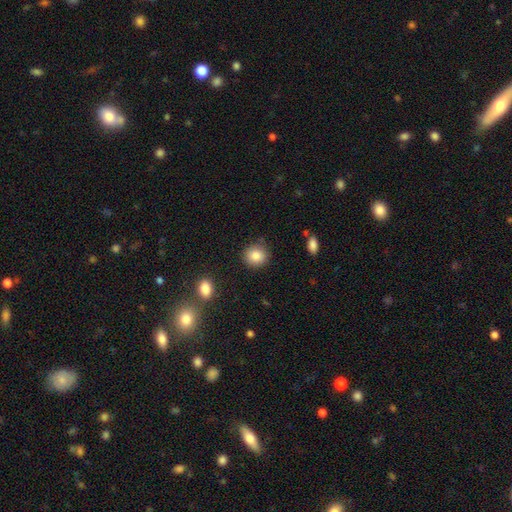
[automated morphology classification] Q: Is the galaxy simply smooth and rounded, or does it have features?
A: smooth — 85%.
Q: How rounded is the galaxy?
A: round — 85%.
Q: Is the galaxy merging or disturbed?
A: none — 86%.